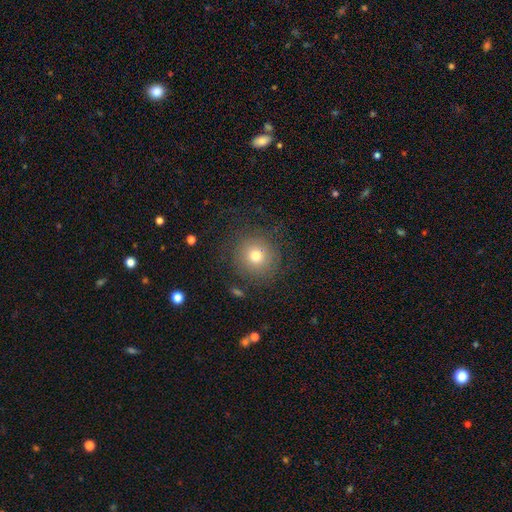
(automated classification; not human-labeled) smooth 71%, featured or disk 16%, star or artifact 14%. Down the decision tree: how rounded — round (92%); merging — none (79%).